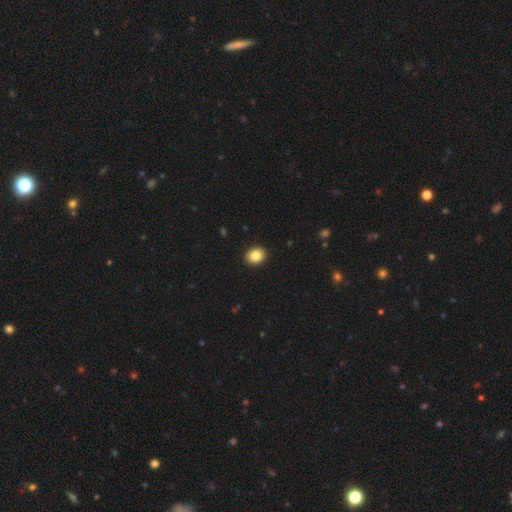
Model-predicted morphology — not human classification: smooth-or-featured: smooth: 85% | star or artifact: 9% | featured or disk: 6%
  how-rounded: round: 52% | in between: 47% | cigar-shaped: 1%
  merging: none: 92% | minor disturbance: 5% | major disturbance: 1% | merger: 1%